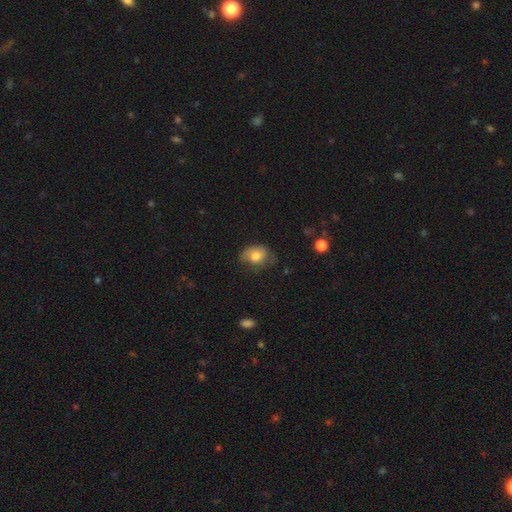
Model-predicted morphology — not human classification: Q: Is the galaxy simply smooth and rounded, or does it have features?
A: smooth — 70%.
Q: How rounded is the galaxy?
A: in between — 58%.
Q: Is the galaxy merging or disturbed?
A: none — 53%.